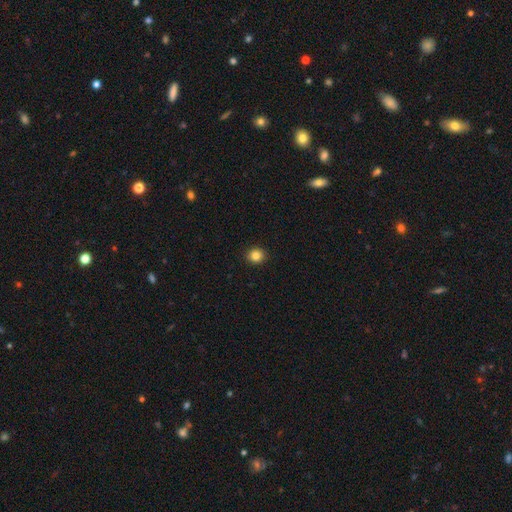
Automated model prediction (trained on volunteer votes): Q: Smooth or featured?
A: smooth (84%); runner-up: star or artifact (11%)
Q: How rounded?
A: round (84%); runner-up: in between (15%)
Q: Merging?
A: none (92%); runner-up: minor disturbance (5%)